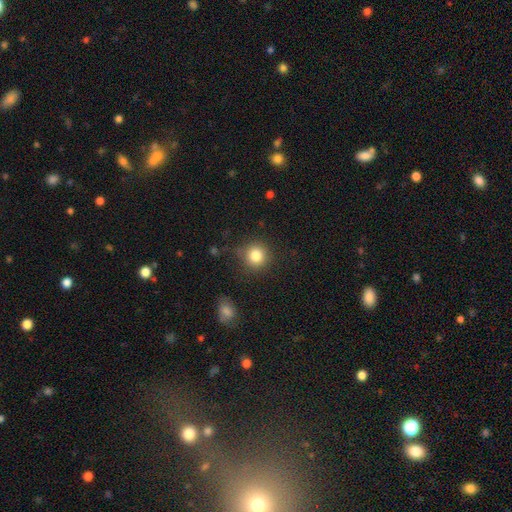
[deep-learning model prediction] This is clearly a smooth galaxy (83%). How rounded: clearly round (92%). Merging: clearly none (82%).